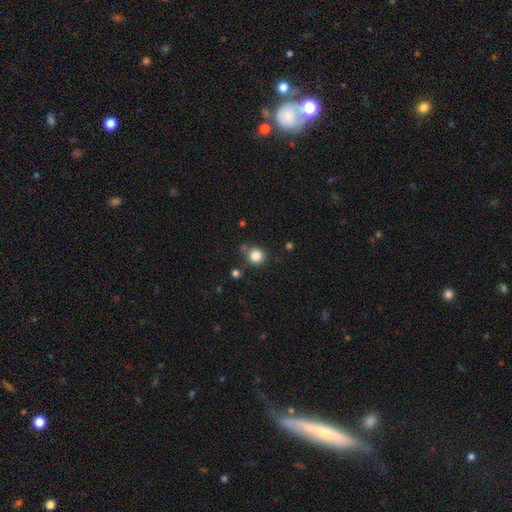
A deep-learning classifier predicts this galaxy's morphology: smooth 84%, star or artifact 11%, featured or disk 4%. Down the decision tree: how rounded — round (92%); merging — none (76%).